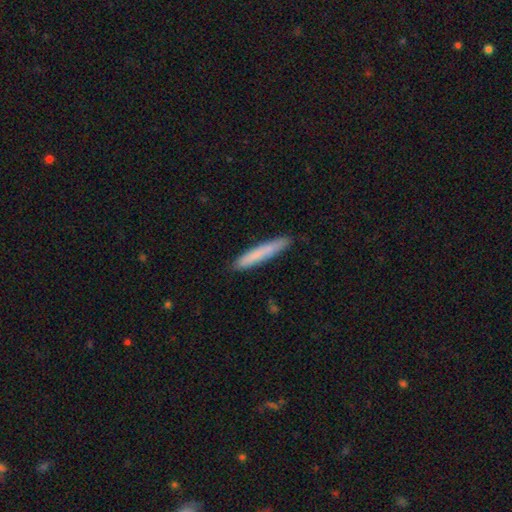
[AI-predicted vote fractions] Smooth or featured: smooth — 77% (featured or disk — 17%)
How rounded: cigar-shaped — 94% (in between — 5%)
Merging: none — 87% (minor disturbance — 10%)